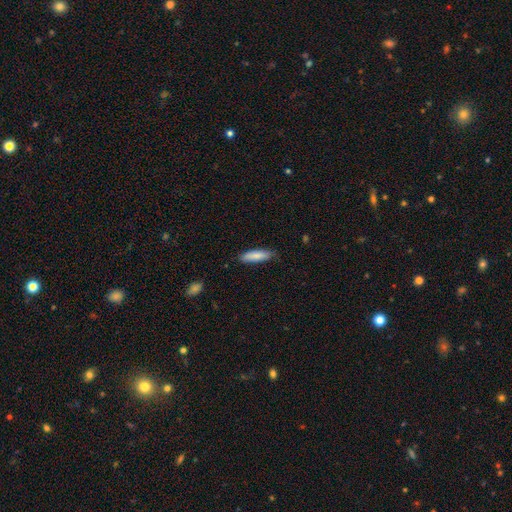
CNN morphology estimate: smooth 85%, featured or disk 10%, star or artifact 6%. Down the decision tree: how rounded — cigar-shaped (59%); merging — none (80%).